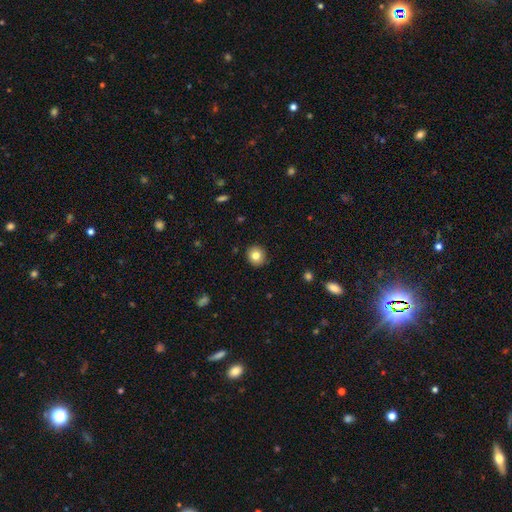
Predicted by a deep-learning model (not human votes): The model was most divided on "smooth or featured": smooth: 81%, star or artifact: 10%, featured or disk: 9%. More confident: merging — none (90%); how rounded — round (86%).